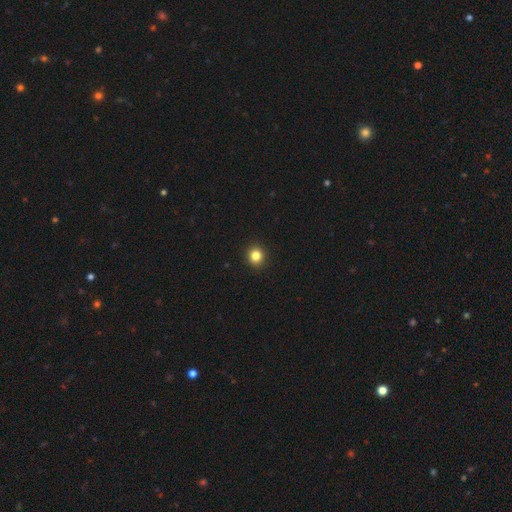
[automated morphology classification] Overall: smooth (83%). How rounded: round (91%). Merging: none (94%).